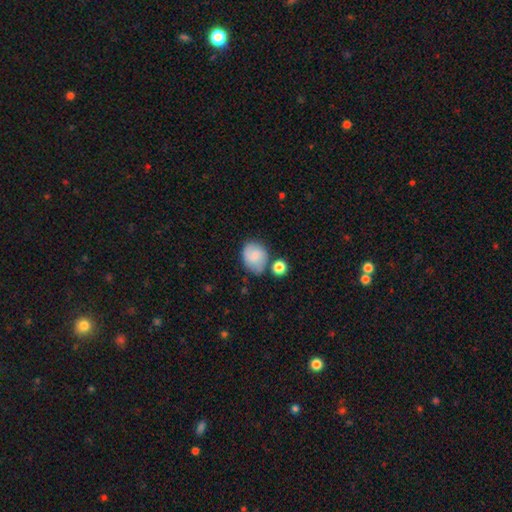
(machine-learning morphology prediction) Q: Smooth or featured?
A: smooth (69%); runner-up: featured or disk (23%)
Q: How rounded?
A: round (56%); runner-up: in between (43%)
Q: Merging?
A: none (61%); runner-up: minor disturbance (21%)